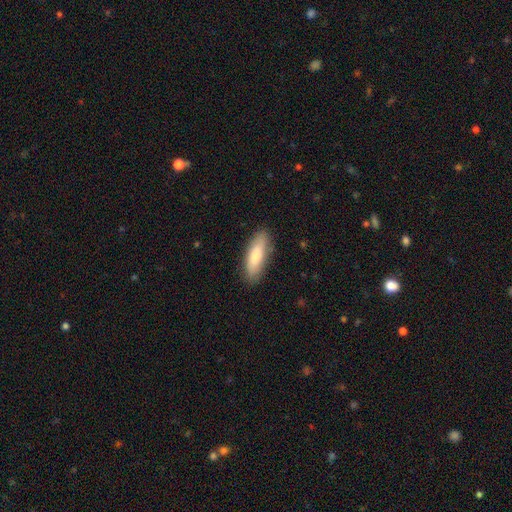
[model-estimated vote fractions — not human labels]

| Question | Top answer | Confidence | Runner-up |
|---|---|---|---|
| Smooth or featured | smooth | 81% | featured or disk (14%) |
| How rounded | in between | 55% | cigar-shaped (44%) |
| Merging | none | 85% | minor disturbance (12%) |